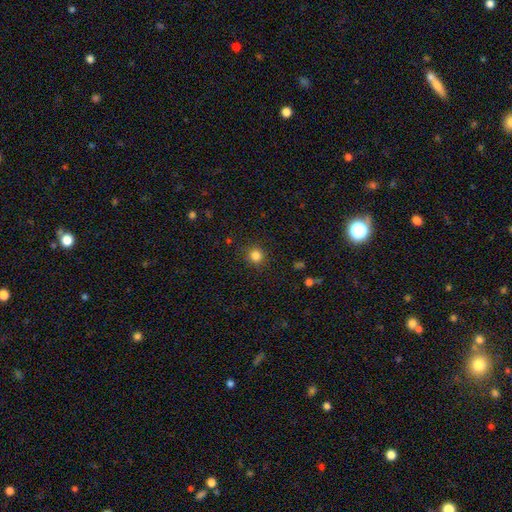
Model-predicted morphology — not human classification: Smooth or featured? smooth (83%)
How rounded? round (93%)
Merging? none (89%)